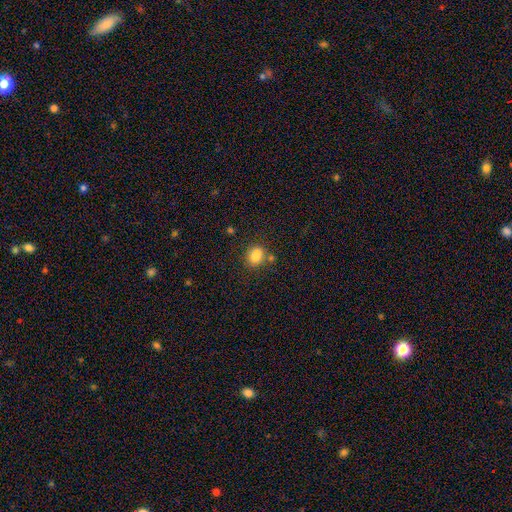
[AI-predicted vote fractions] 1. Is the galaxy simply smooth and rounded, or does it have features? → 80% smooth, 11% star or artifact, 9% featured or disk.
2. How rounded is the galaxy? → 53% round, 46% in between, 1% cigar-shaped.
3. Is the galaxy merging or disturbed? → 57% none, 23% merger, 15% minor disturbance, 5% major disturbance.